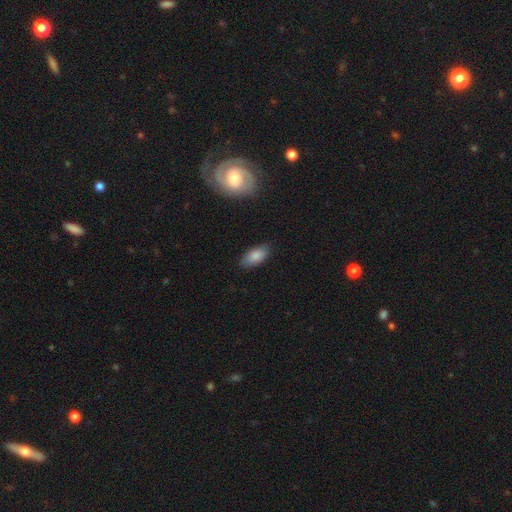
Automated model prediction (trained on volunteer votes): The model was most divided on "merging": none: 83%, minor disturbance: 13%, major disturbance: 3%, merger: 1%. More confident: how rounded — in between (90%); smooth or featured — smooth (85%).